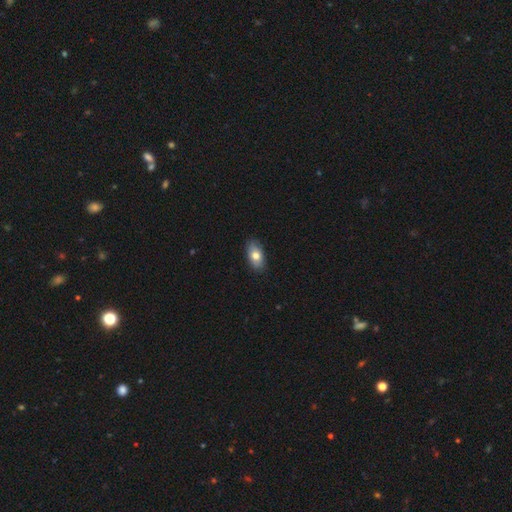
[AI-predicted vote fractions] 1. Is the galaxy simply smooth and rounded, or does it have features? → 75% smooth, 18% featured or disk, 7% star or artifact.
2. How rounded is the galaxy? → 91% in between, 5% round, 4% cigar-shaped.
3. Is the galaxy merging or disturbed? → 87% none, 10% minor disturbance, 2% major disturbance, 1% merger.